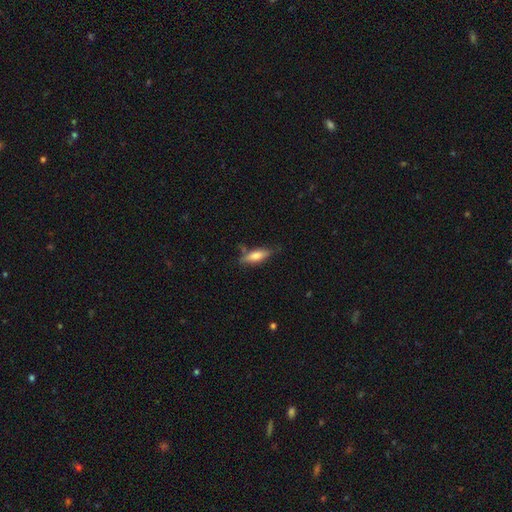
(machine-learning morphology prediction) Smooth or featured: smooth — 66% (featured or disk — 27%)
How rounded: in between — 51% (cigar-shaped — 47%)
Merging: none — 72% (minor disturbance — 19%)